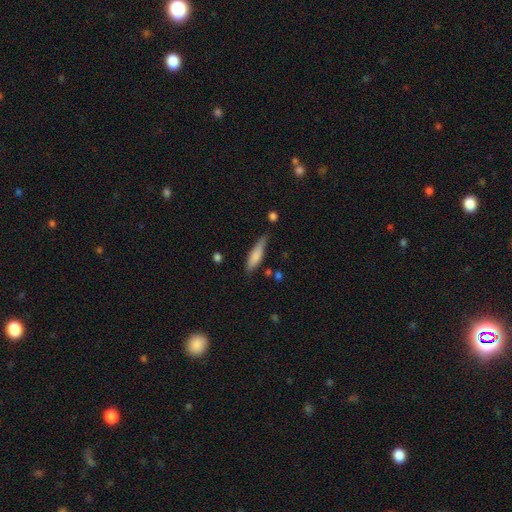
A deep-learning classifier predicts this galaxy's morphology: A smooth galaxy with no disk features (77%) that is cigar-shaped (67%). Merging: none (60%).